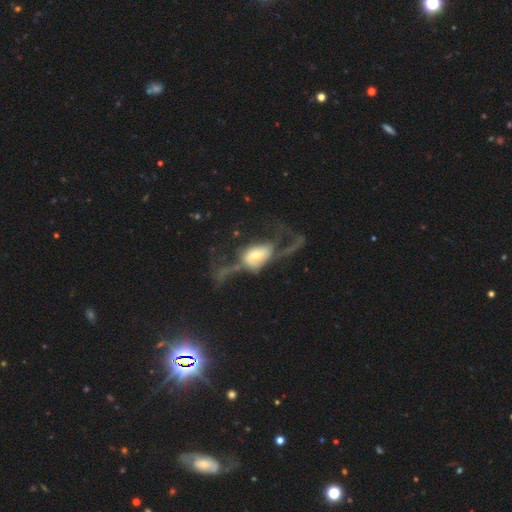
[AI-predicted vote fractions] The model was most divided on "spiral arms": no: 56%, yes: 44%. More confident: edge-on disk — no (91%); bar — no (72%); merging — major disturbance (65%); smooth or featured — featured or disk (56%); bulge size — moderate (56%).